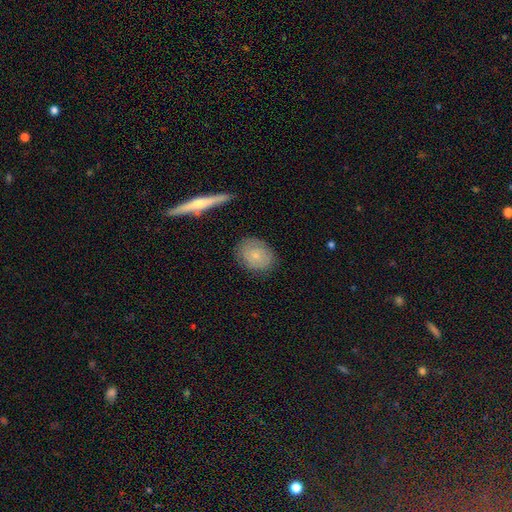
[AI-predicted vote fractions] A smooth galaxy with no disk features (62%) that is round (52%). Merging: none (79%).